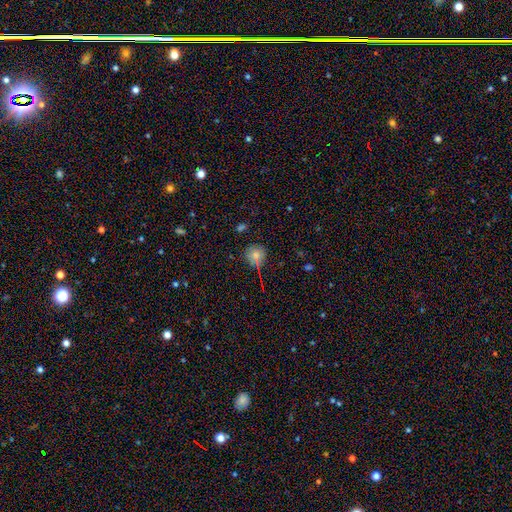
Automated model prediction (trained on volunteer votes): smooth_or_featured: smooth (p=0.75) [alt: star or artifact p=0.14]
how_rounded: round (p=0.92) [alt: in between p=0.07]
merging: none (p=0.76) [alt: minor disturbance p=0.16]